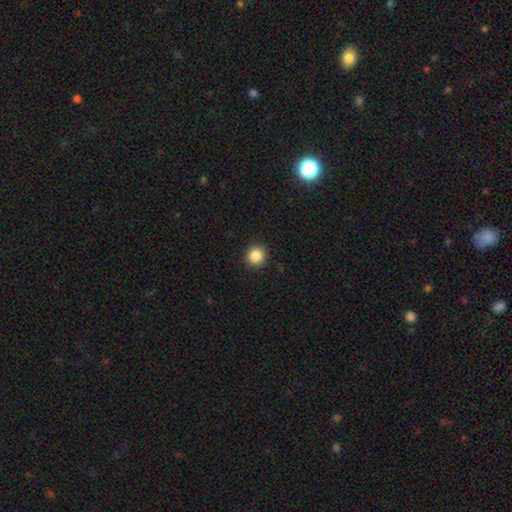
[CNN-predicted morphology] A smooth galaxy with no disk features (86%) that is round (94%). Merging: none (92%).